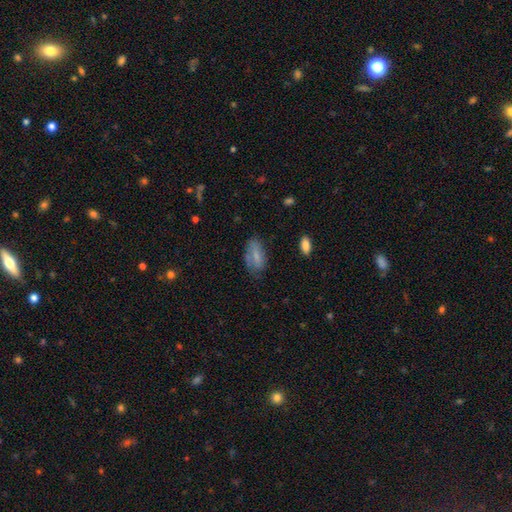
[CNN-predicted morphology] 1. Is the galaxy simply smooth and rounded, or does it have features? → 69% smooth, 23% featured or disk, 8% star or artifact.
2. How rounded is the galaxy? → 86% in between, 10% cigar-shaped, 4% round.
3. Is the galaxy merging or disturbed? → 60% none, 27% minor disturbance, 11% major disturbance, 3% merger.